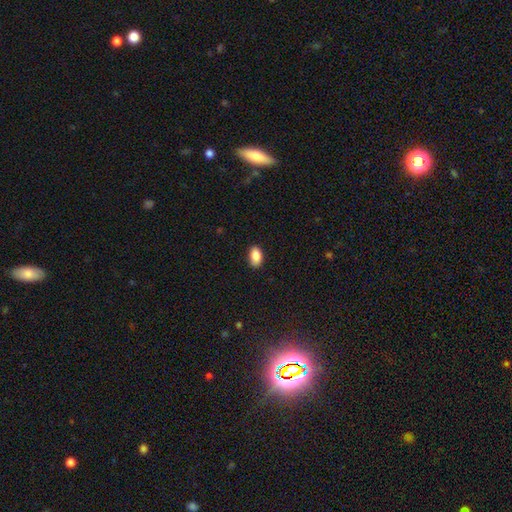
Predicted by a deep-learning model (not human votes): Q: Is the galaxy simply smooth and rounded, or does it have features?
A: smooth — 88%.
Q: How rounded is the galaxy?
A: in between — 91%.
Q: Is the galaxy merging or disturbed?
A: none — 87%.